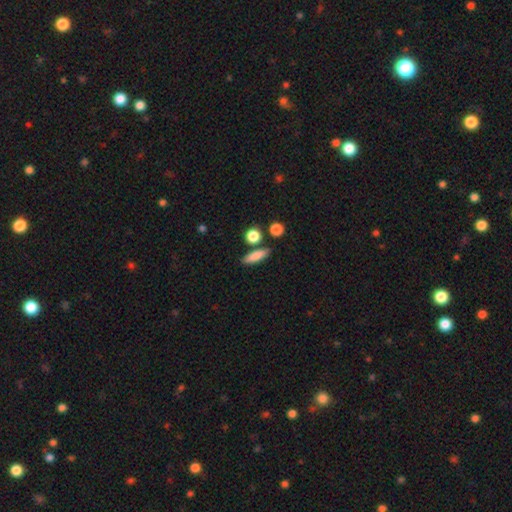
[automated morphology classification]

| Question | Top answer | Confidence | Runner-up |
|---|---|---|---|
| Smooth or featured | smooth | 83% | featured or disk (9%) |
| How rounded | cigar-shaped | 50% | in between (40%) |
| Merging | none | 79% | minor disturbance (11%) |